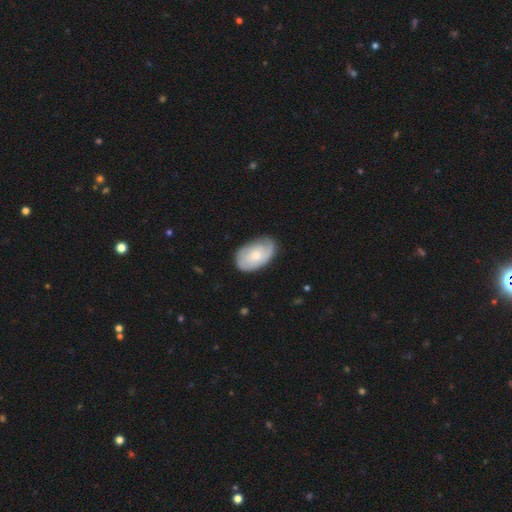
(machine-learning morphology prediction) smooth-or-featured: featured or disk: 50% | smooth: 45% | star or artifact: 5%
  merging: none: 70% | minor disturbance: 22% | major disturbance: 6% | merger: 1%